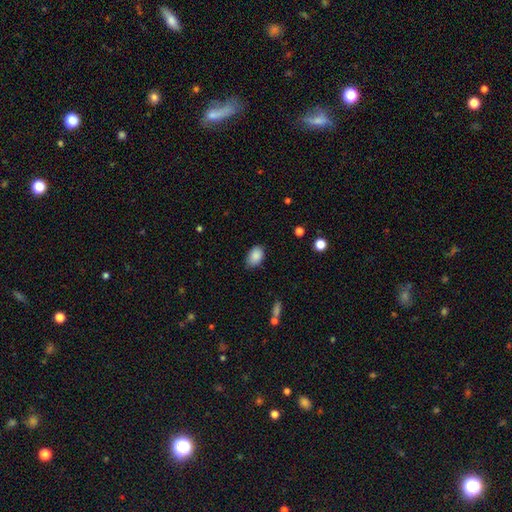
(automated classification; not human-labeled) Smooth or featured? smooth (88%)
How rounded? in between (87%)
Merging? none (78%)